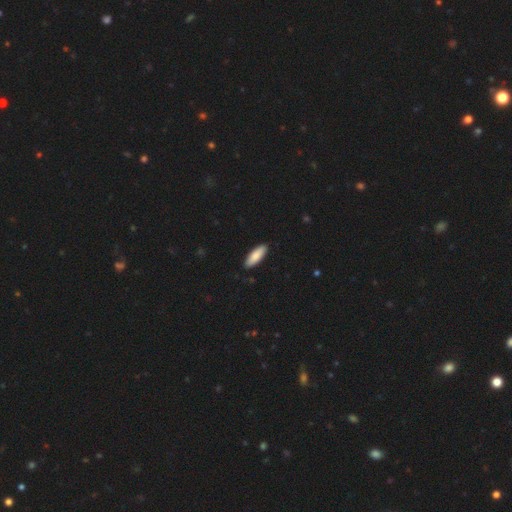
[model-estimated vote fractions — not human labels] Morphology: type=smooth (86%); roundness=in between (64%); merging=none (89%).